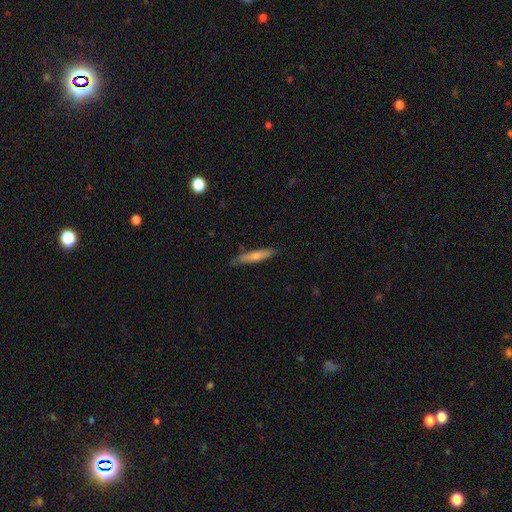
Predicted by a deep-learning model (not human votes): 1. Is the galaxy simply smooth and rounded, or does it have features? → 69% smooth, 25% featured or disk, 6% star or artifact.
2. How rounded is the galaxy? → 89% cigar-shaped, 10% in between, 1% round.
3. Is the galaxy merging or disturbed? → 80% none, 16% minor disturbance, 2% major disturbance, 2% merger.